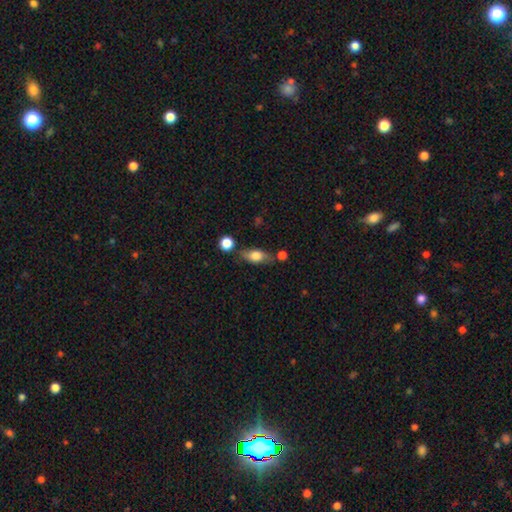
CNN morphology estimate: The model was most divided on "smooth or featured": smooth: 68%, featured or disk: 24%, star or artifact: 8%. More confident: how rounded — in between (76%); merging — none (66%).